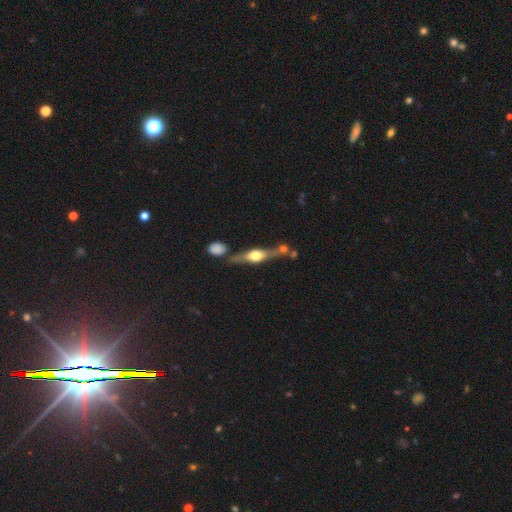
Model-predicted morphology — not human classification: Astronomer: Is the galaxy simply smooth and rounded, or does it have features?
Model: featured or disk — 71%.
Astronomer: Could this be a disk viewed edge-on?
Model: yes — 92%.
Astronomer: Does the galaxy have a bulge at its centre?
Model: rounded — 92%.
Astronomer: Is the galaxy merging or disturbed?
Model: none — 62%.